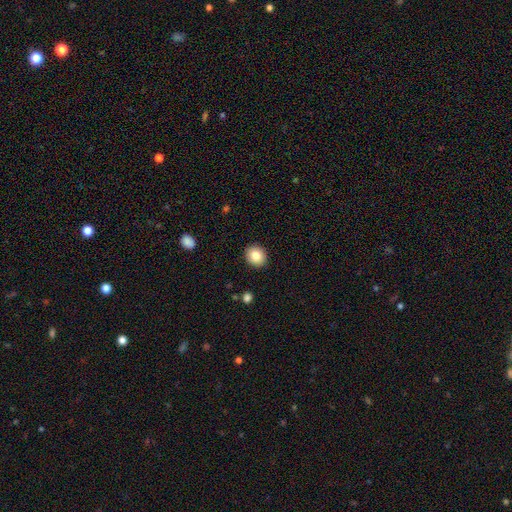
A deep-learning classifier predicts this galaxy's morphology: Smooth or featured: smooth — 83% (star or artifact — 9%)
How rounded: round — 78% (in between — 21%)
Merging: none — 91% (minor disturbance — 6%)